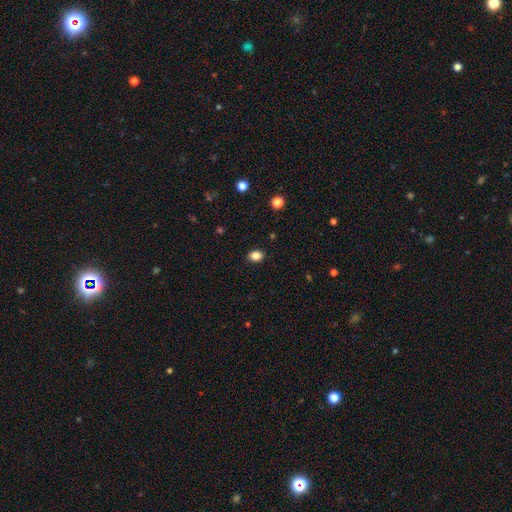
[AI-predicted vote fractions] This appears to be a smooth galaxy with no disk features (85%) that is in between round and cigar-shaped (68%). Merging: none (89%).